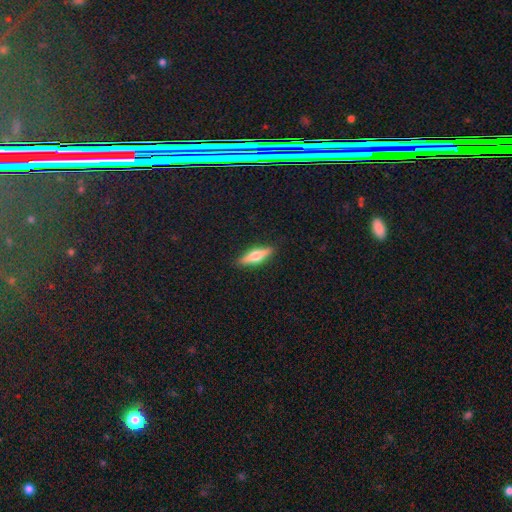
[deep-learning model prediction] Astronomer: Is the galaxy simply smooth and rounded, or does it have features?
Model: featured or disk — 48% (runner-up: smooth, 46%).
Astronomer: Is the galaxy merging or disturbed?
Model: none — 90%.